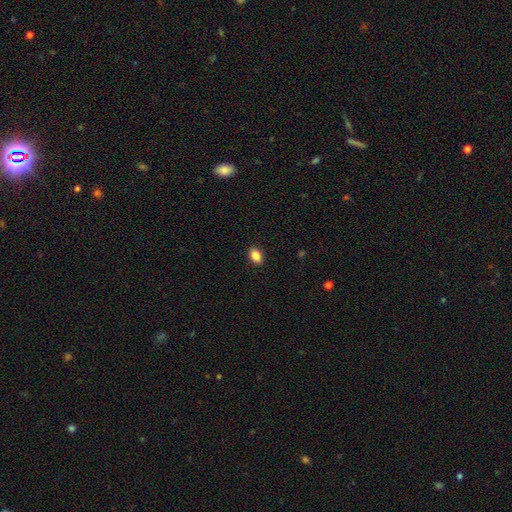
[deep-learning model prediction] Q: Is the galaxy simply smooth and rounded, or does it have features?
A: smooth — 87%.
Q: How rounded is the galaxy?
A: in between — 79%.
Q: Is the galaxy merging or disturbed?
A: none — 90%.